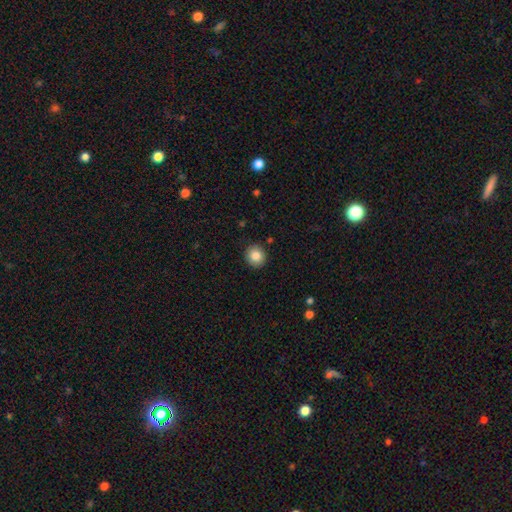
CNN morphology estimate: type=smooth (84%); roundness=round (88%); merging=none (90%).